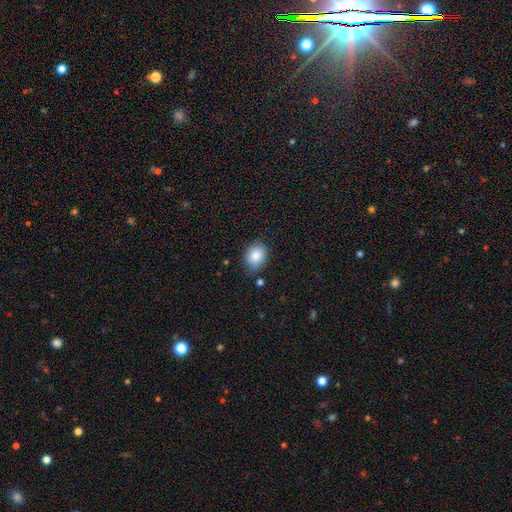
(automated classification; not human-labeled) Overall: smooth (85%). How rounded: in between (65%; round 34%). Merging: none (75%).